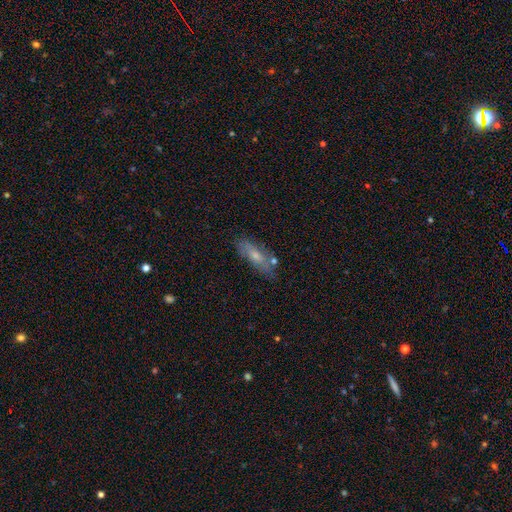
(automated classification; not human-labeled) This is possibly a smooth galaxy (58%). How rounded: possibly in between (57%). Merging: likely none (69%).